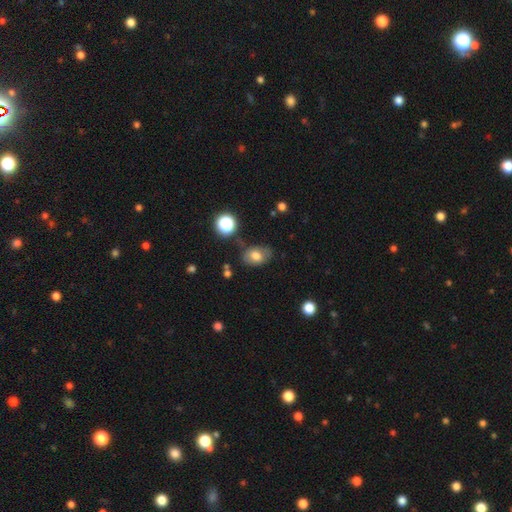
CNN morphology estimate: type=smooth (70%); roundness=in between (78%); merging=none (64%).